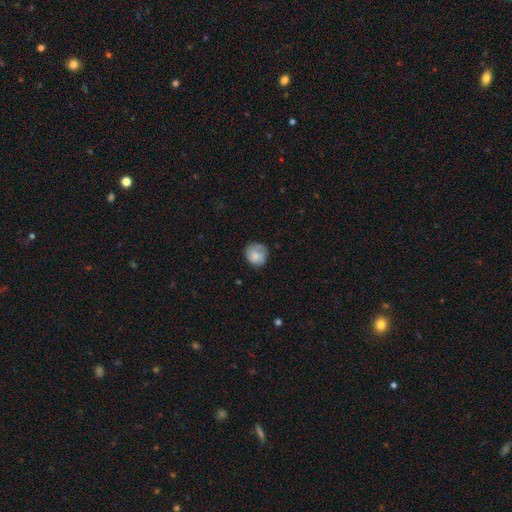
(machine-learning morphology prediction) smooth-or-featured: smooth: 71% | featured or disk: 22% | star or artifact: 8%
  how-rounded: round: 77% | in between: 22% | cigar-shaped: 1%
  merging: none: 65% | minor disturbance: 25% | major disturbance: 9% | merger: 2%